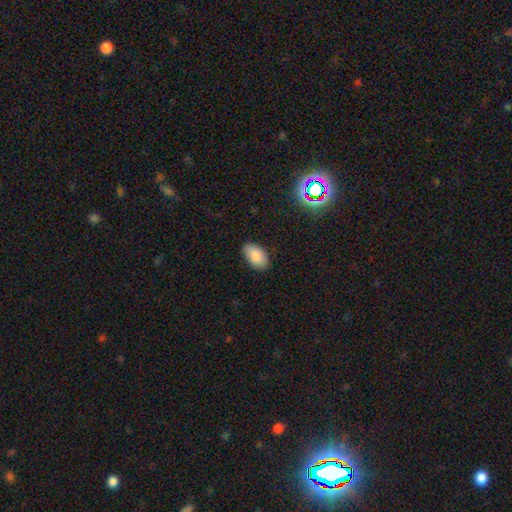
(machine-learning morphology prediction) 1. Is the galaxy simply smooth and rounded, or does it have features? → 87% smooth, 8% star or artifact, 6% featured or disk.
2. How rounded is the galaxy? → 94% in between, 5% round, 2% cigar-shaped.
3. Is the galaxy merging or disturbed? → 83% none, 14% minor disturbance, 3% major disturbance, 1% merger.